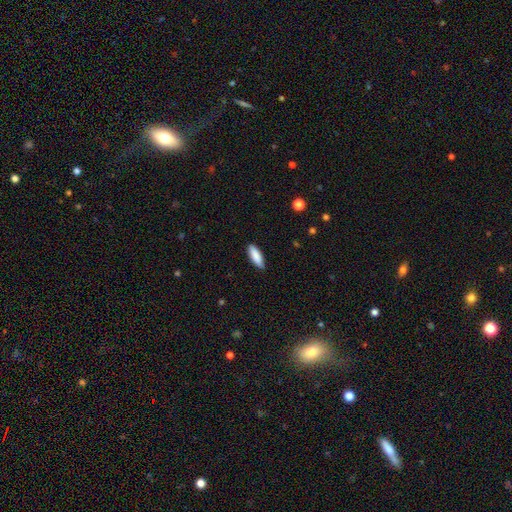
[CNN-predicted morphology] The model was most divided on "how rounded": in between: 58%, cigar-shaped: 40%, round: 2%. More confident: smooth or featured — smooth (87%); merging — none (85%).